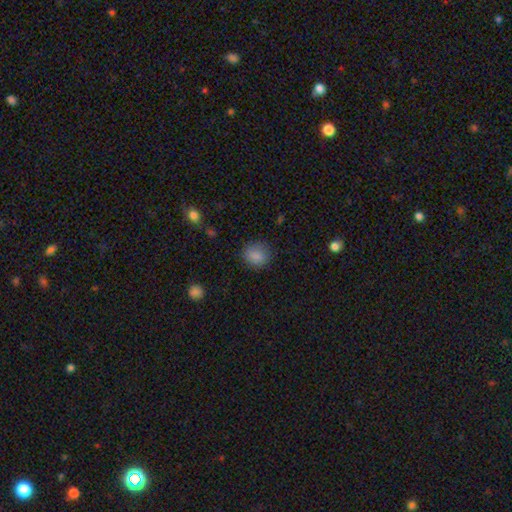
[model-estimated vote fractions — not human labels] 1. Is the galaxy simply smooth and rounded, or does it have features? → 85% smooth, 10% star or artifact, 5% featured or disk.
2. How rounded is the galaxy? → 65% round, 33% in between, 1% cigar-shaped.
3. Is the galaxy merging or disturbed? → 82% none, 13% minor disturbance, 4% major disturbance, 1% merger.